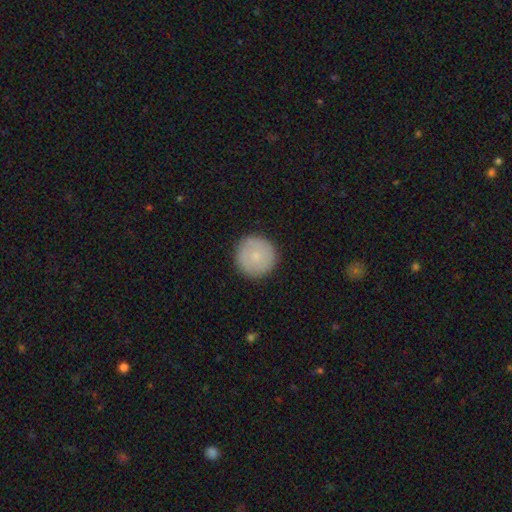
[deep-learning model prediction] Smooth or featured?
  - smooth: 77% *
  - featured or disk: 17%
  - star or artifact: 7%
How rounded?
  - round: 96% *
  - in between: 3%
  - cigar-shaped: 1%
Merging?
  - none: 90% *
  - minor disturbance: 7%
  - major disturbance: 2%
  - merger: 1%